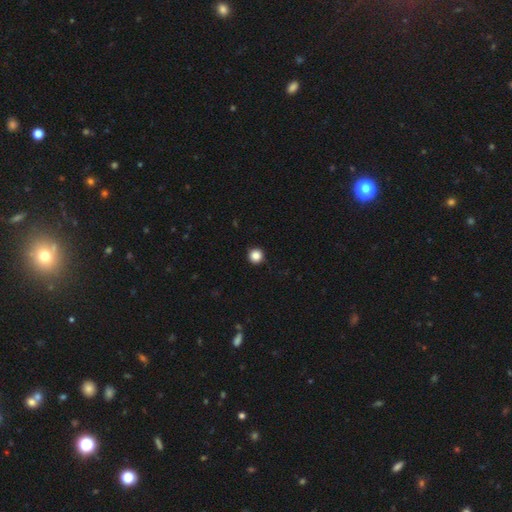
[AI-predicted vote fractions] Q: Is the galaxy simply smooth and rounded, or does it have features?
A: smooth — 87%.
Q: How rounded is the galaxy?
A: round — 96%.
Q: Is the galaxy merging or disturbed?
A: none — 93%.